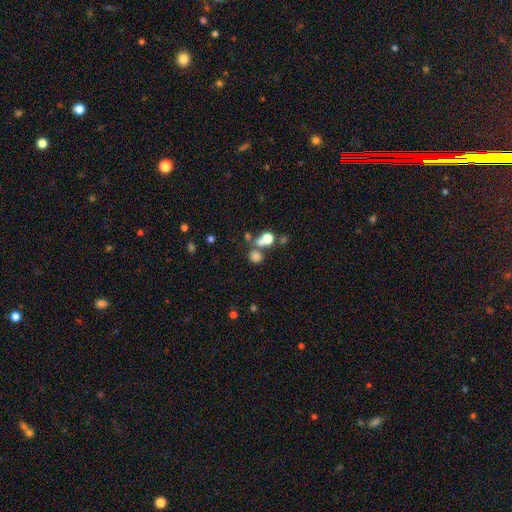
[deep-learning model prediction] This appears to be a smooth galaxy with no disk features (72%) that is round (77%). Merging: none (51%).